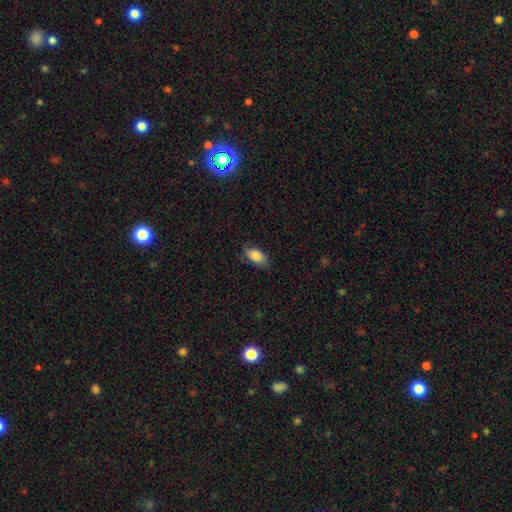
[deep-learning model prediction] smooth_or_featured: smooth (p=0.84) [alt: featured or disk p=0.09]
how_rounded: in between (p=0.91) [alt: round p=0.05]
merging: none (p=0.74) [alt: minor disturbance p=0.20]